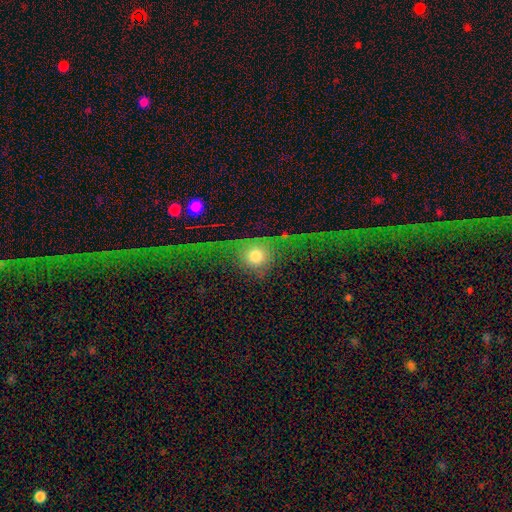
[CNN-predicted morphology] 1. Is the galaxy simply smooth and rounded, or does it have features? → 58% smooth, 30% featured or disk, 13% star or artifact.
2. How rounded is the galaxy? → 77% round, 20% in between, 3% cigar-shaped.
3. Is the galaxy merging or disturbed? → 40% major disturbance, 36% none, 16% minor disturbance, 8% merger.